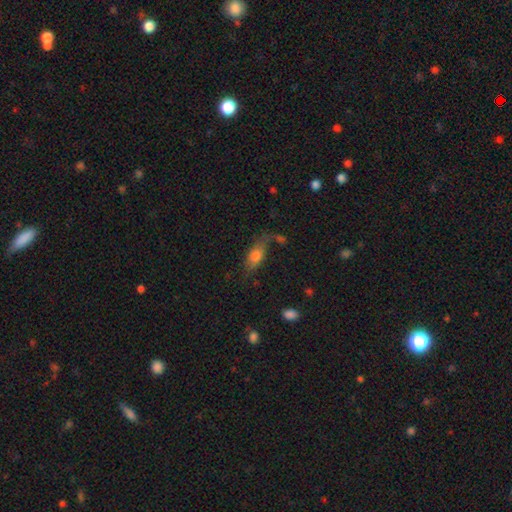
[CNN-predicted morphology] smooth_or_featured: smooth (p=0.70) [alt: featured or disk p=0.20]
how_rounded: in between (p=0.79) [alt: cigar-shaped p=0.15]
merging: none (p=0.50) [alt: minor disturbance p=0.24]